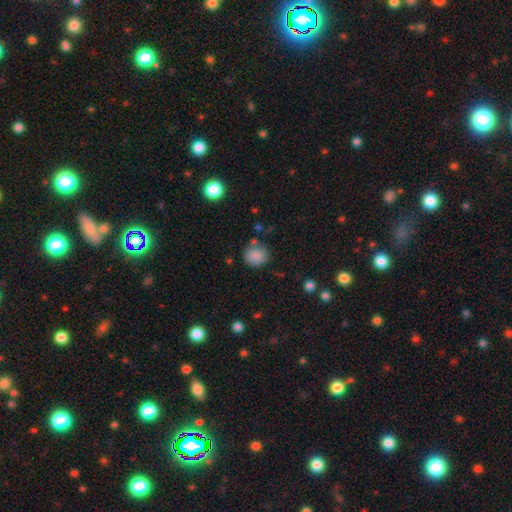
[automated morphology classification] A smooth galaxy with no disk features (86%) that is round (87%). Merging: none (76%).